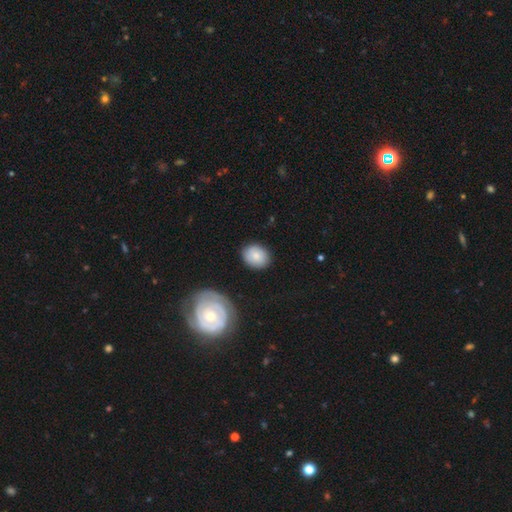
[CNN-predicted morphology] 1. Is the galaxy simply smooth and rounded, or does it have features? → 79% smooth, 14% featured or disk, 7% star or artifact.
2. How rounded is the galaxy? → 57% round, 42% in between, 1% cigar-shaped.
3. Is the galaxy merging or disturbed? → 84% none, 11% minor disturbance, 3% major disturbance, 3% merger.